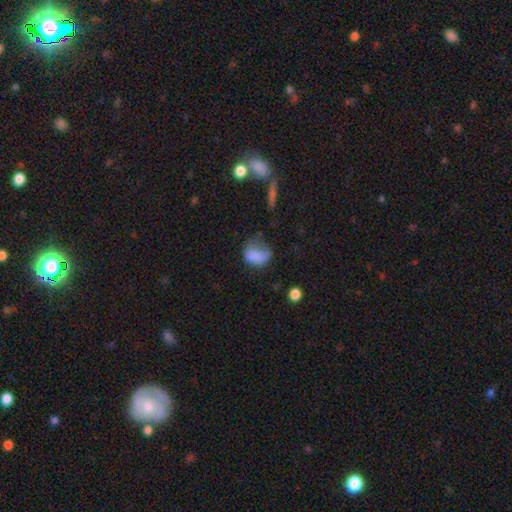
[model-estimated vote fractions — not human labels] smooth_or_featured: smooth (p=0.72) [alt: featured or disk p=0.17]
how_rounded: in between (p=0.62) [alt: round p=0.36]
merging: major disturbance (p=0.36) [alt: minor disturbance p=0.31]